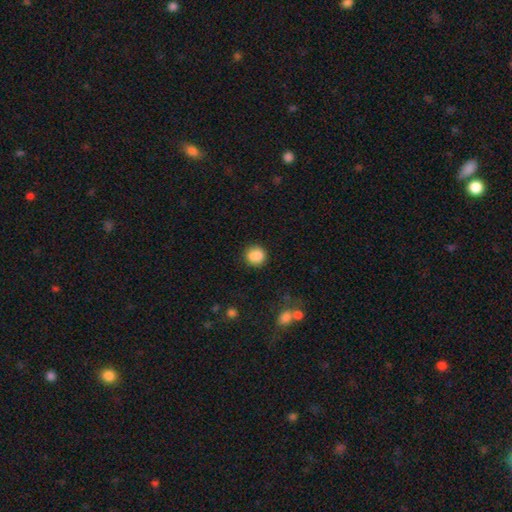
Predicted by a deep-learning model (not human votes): Overall: smooth (86%). How rounded: round (73%). Merging: none (76%).